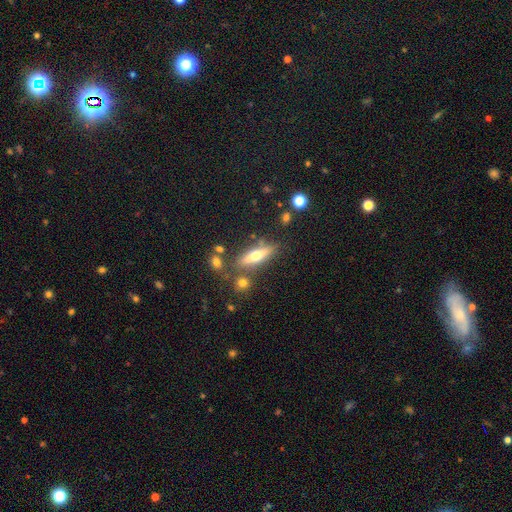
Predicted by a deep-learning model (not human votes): Smooth or featured?
  - featured or disk: 47% *
  - smooth: 45%
  - star or artifact: 8%
Merging?
  - none: 74% *
  - minor disturbance: 12%
  - merger: 9%
  - major disturbance: 4%